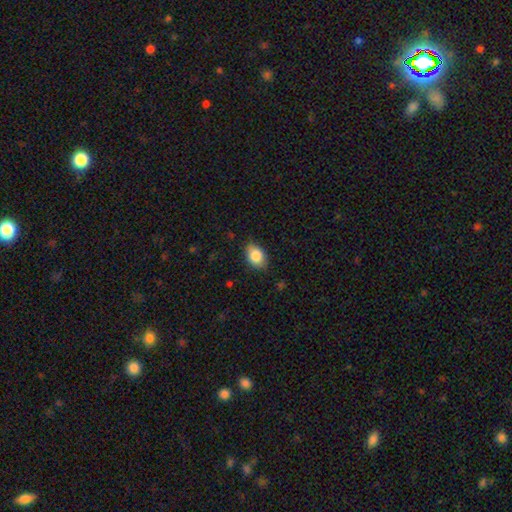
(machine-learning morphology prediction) smooth-or-featured: smooth: 85% | star or artifact: 8% | featured or disk: 8%
  how-rounded: in between: 78% | round: 21% | cigar-shaped: 1%
  merging: none: 77% | minor disturbance: 19% | major disturbance: 3% | merger: 1%